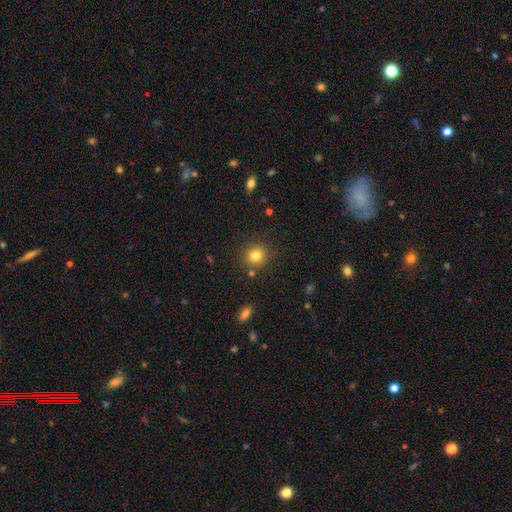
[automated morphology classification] smooth-or-featured: smooth: 81% | star or artifact: 12% | featured or disk: 7%
  how-rounded: round: 89% | in between: 10% | cigar-shaped: 1%
  merging: none: 86% | minor disturbance: 8% | merger: 4% | major disturbance: 3%